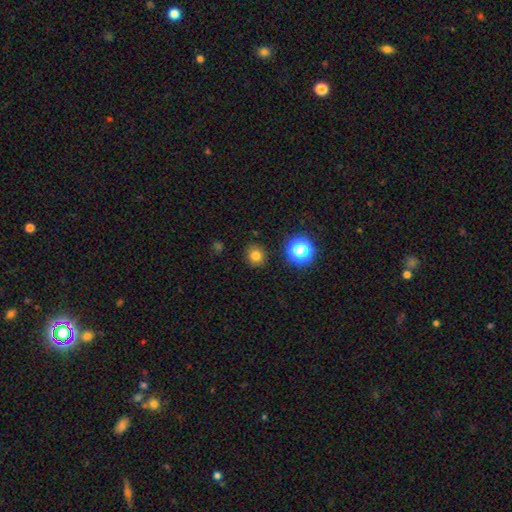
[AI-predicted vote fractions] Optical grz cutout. It shows a smooth galaxy with no disk features (77%) that is round (88%). Merging: none (89%).